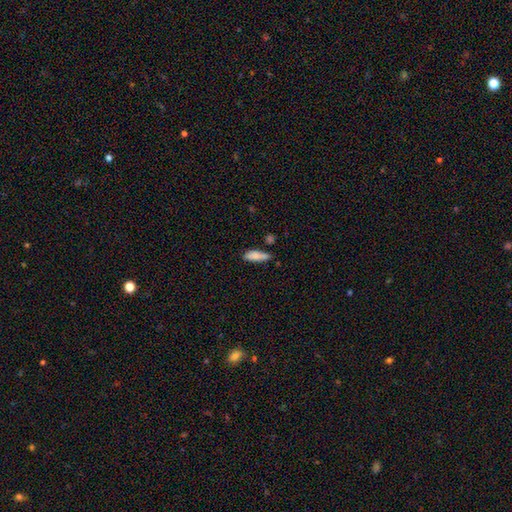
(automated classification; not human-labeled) Morphology: type=smooth (82%); roundness=in between (55%); merging=none (56%).